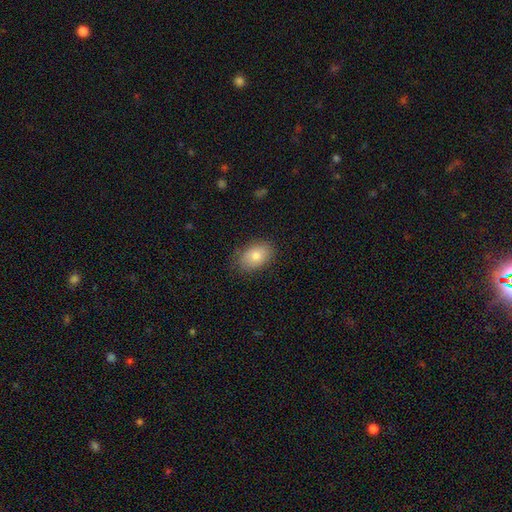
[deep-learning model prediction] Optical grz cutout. It shows a smooth galaxy with no disk features (80%) that is in between round and cigar-shaped (86%). Merging: none (83%).